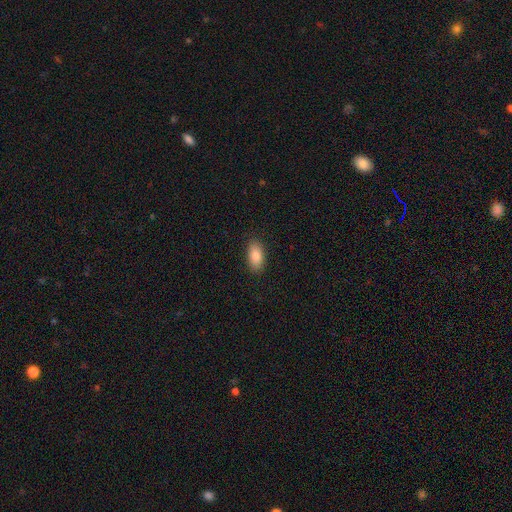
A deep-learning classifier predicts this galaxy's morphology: type=smooth (84%); roundness=in between (91%); merging=none (88%).